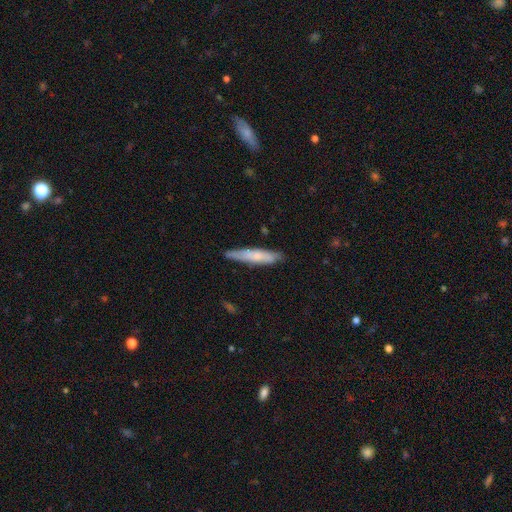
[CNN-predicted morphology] smooth_or_featured: smooth (p=0.60) [alt: featured or disk p=0.34]
how_rounded: cigar-shaped (p=0.87) [alt: in between p=0.12]
merging: none (p=0.79) [alt: minor disturbance p=0.16]